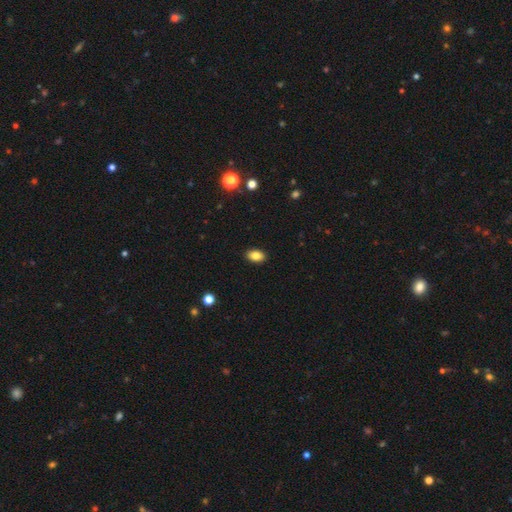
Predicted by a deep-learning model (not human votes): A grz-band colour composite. It shows a smooth galaxy with no disk features (85%) that is in between round and cigar-shaped (87%). Merging: none (90%).